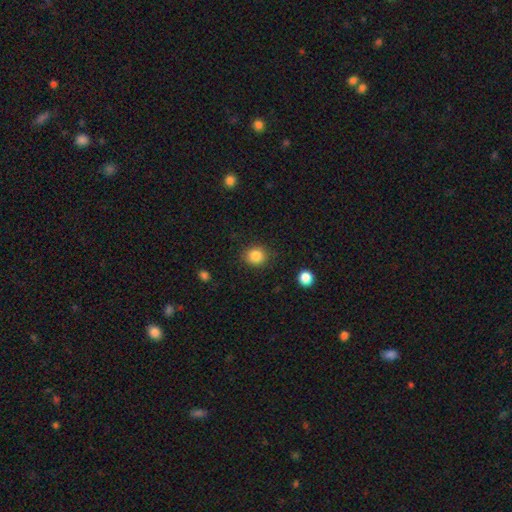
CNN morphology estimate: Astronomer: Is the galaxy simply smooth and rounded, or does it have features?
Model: smooth — 86%.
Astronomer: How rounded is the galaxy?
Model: round — 82%.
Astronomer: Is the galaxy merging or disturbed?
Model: none — 87%.